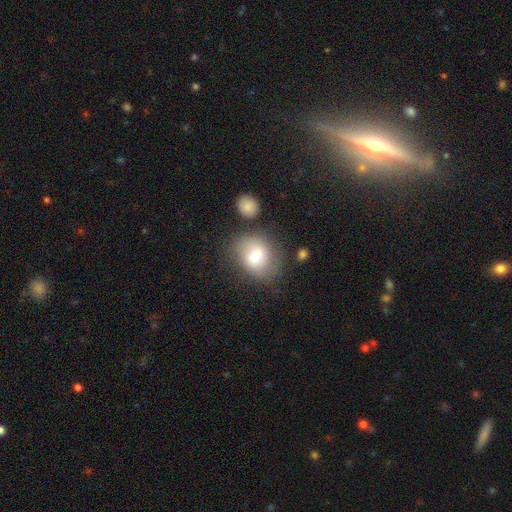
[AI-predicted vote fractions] Morphology: type=smooth (70%); roundness=round (54%); merging=none (68%).